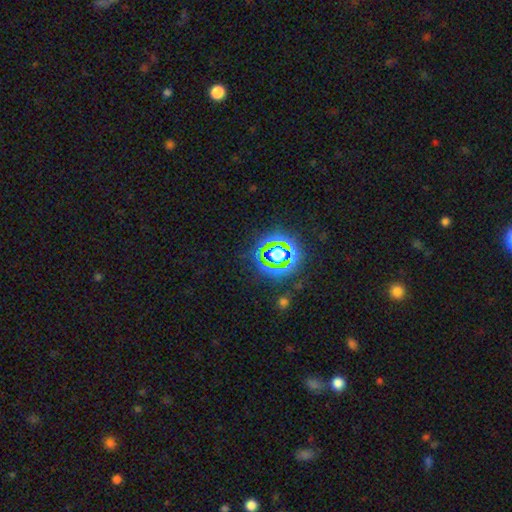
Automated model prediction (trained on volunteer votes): Overall: star or artifact (78%).